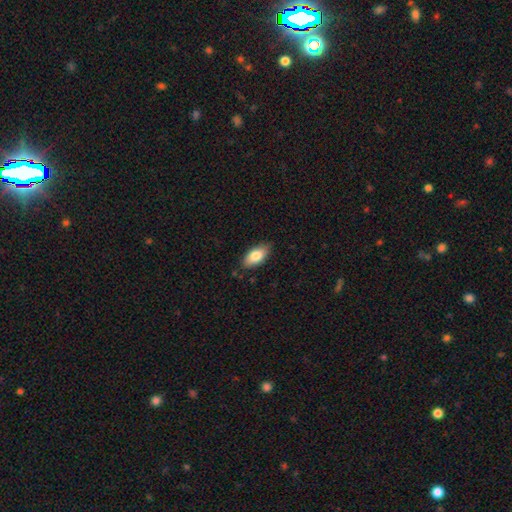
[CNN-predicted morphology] type=smooth (81%); roundness=in between (90%); merging=none (83%).